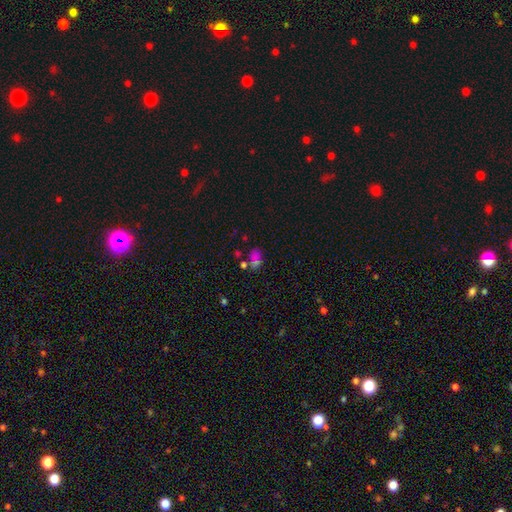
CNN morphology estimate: Smooth or featured: smooth — 54% (star or artifact — 31%)
How rounded: in between — 66% (round — 32%)
Merging: none — 51% (merger — 24%)